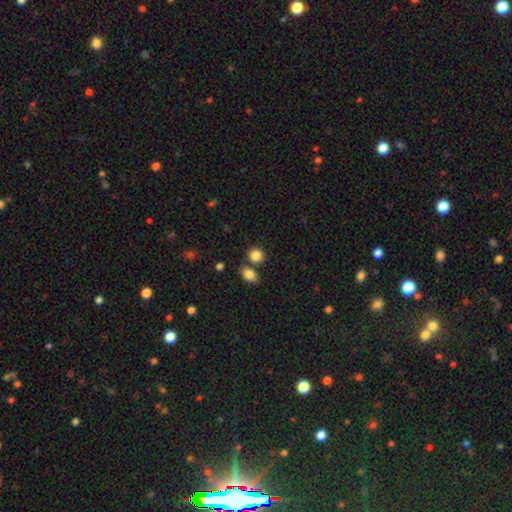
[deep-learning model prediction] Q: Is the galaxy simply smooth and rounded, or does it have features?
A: smooth — 85%.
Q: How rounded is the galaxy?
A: round — 75%.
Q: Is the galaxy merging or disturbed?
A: none — 68%.